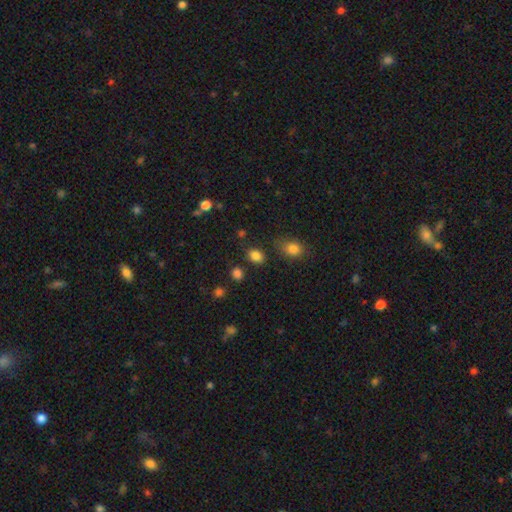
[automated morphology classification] type=smooth (83%); roundness=in between (66%); merging=none (78%).